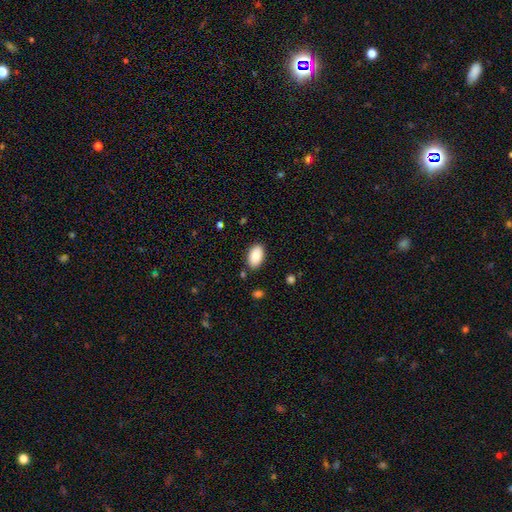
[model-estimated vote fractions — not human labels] Smooth or featured?
  - smooth: 89% *
  - star or artifact: 7%
  - featured or disk: 4%
How rounded?
  - in between: 95% *
  - round: 4%
  - cigar-shaped: 1%
Merging?
  - none: 87% *
  - minor disturbance: 9%
  - major disturbance: 2%
  - merger: 2%